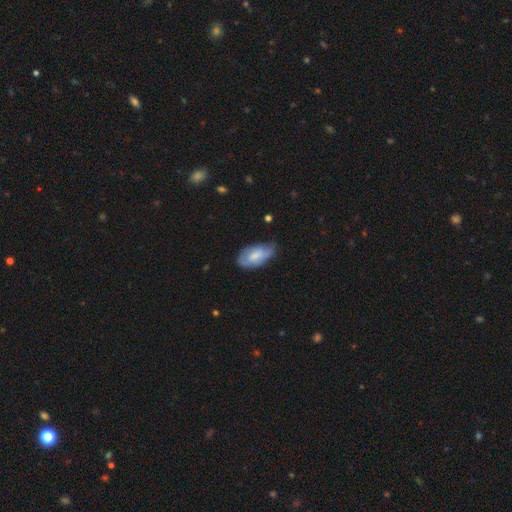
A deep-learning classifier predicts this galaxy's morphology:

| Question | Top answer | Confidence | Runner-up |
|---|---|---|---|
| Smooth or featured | smooth | 69% | featured or disk (25%) |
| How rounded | in between | 93% | cigar-shaped (4%) |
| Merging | none | 58% | minor disturbance (34%) |